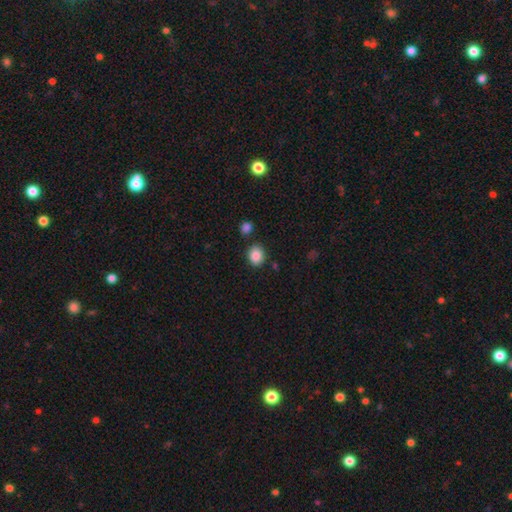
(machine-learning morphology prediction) Smooth or featured? smooth (87%)
How rounded? round (59%)
Merging? none (81%)